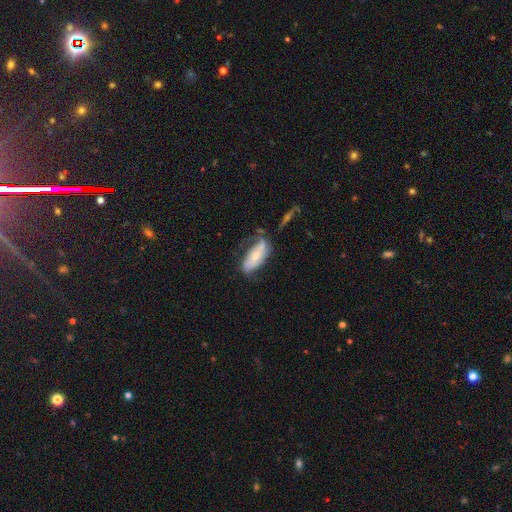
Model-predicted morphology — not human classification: A featured or disk galaxy (51%). Merging: none (50%).